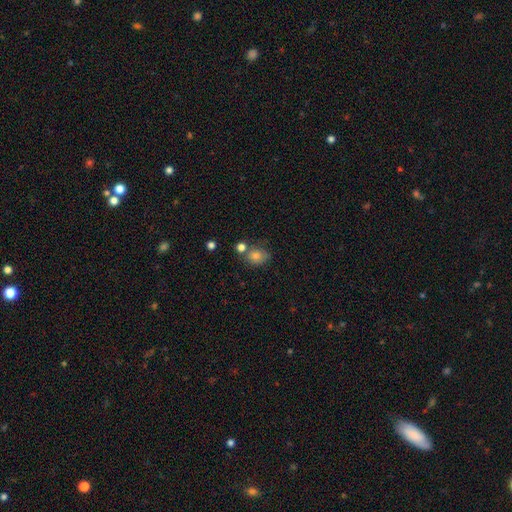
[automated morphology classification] This appears to be a smooth galaxy with no disk features (77%) that is round (57%). Merging: none (60%).